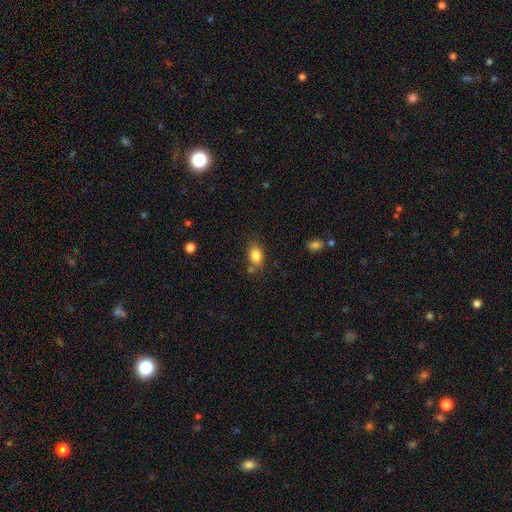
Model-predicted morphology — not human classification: The model was most divided on "merging": none: 70%, minor disturbance: 17%, merger: 9%, major disturbance: 4%. More confident: smooth or featured — smooth (84%); how rounded — in between (76%).